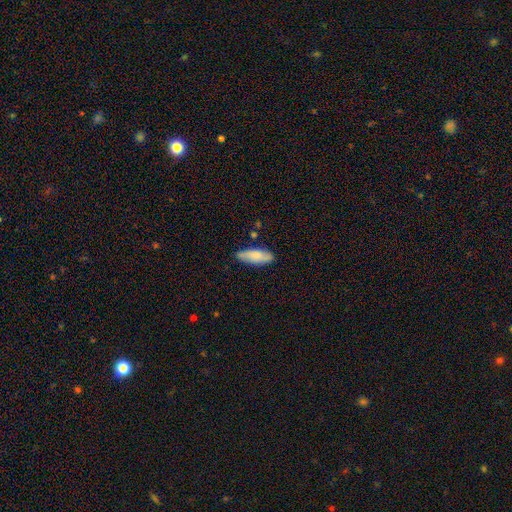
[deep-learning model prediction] smooth-or-featured: smooth: 77% | featured or disk: 17% | star or artifact: 6%
  how-rounded: in between: 66% | cigar-shaped: 33% | round: 2%
  merging: none: 77% | minor disturbance: 18% | major disturbance: 3% | merger: 2%